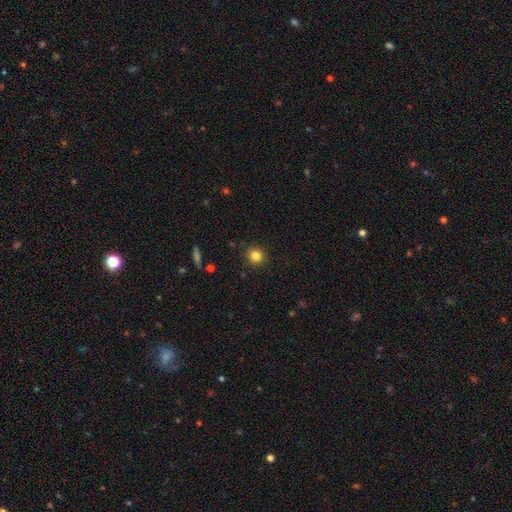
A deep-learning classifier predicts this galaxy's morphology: This is clearly a smooth galaxy (84%). How rounded: clearly round (91%). Merging: clearly none (88%).